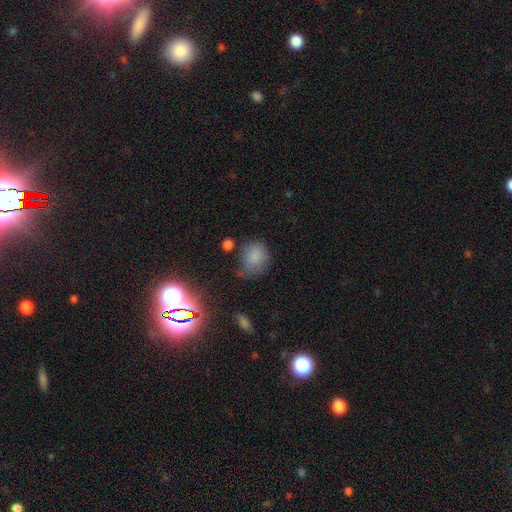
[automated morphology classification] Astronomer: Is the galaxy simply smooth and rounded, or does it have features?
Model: smooth — 77%.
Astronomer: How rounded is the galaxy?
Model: round — 57% (runner-up: in between, 42%).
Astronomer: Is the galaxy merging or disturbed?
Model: none — 49% (runner-up: minor disturbance, 31%).